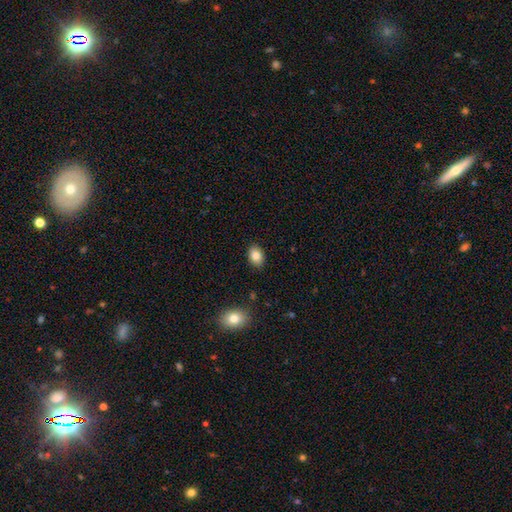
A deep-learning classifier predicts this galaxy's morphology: A smooth galaxy with no disk features (84%) that is in between round and cigar-shaped (76%). Merging: none (88%).